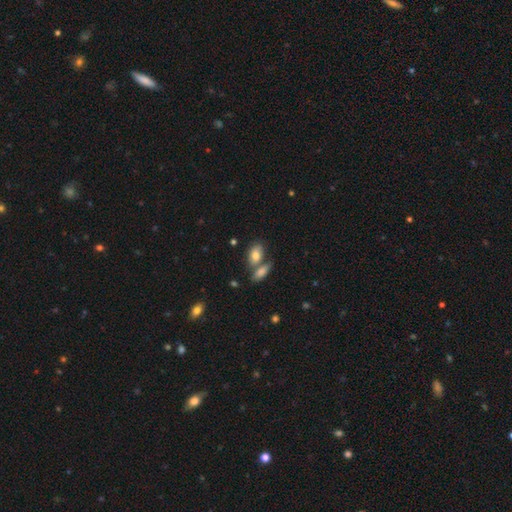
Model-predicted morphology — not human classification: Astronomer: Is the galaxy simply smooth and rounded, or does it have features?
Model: smooth — 79%.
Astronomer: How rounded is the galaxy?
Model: in between — 87%.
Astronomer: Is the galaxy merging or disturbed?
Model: none — 48% (runner-up: merger, 37%).